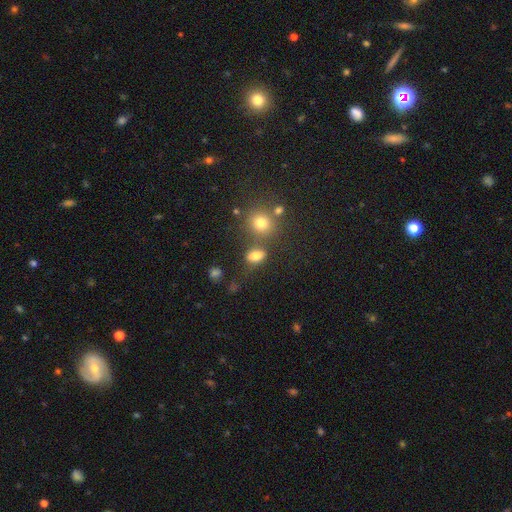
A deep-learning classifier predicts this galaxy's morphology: Smooth or featured? Predicted: smooth (p=0.78). How rounded? Predicted: in between (p=0.78). Merging? Predicted: none (p=0.62).